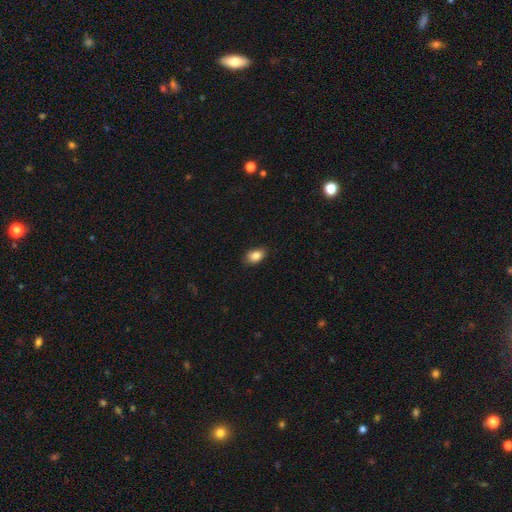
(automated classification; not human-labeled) This is clearly a smooth galaxy (86%). How rounded: clearly in between (84%). Merging: clearly none (85%).